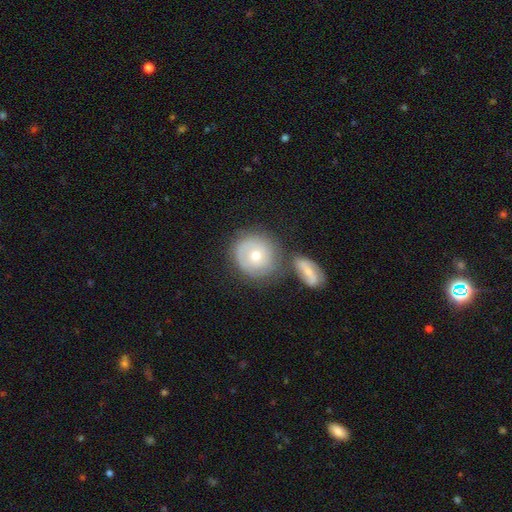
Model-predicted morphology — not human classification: Smooth or featured: featured or disk — 48% (smooth — 45%)
Merging: none — 54% (merger — 24%)